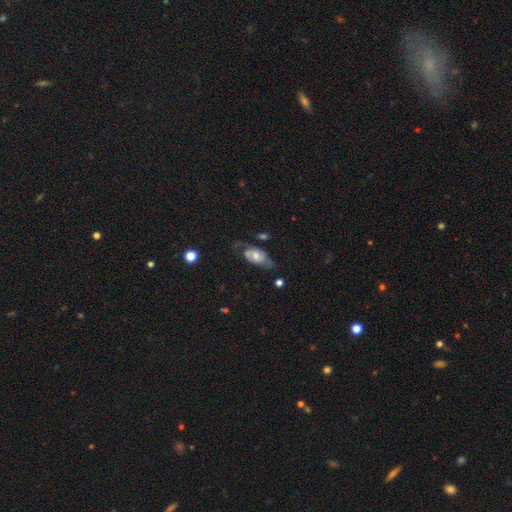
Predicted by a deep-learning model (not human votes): smooth_or_featured: featured or disk (p=0.57) [alt: smooth p=0.36]
disk_edge_on: no (p=0.90) [alt: yes p=0.10]
bar: no (p=0.65) [alt: weak p=0.28]
has_spiral_arms: yes (p=0.70) [alt: no p=0.30]
bulge_size: moderate (p=0.55) [alt: small p=0.26]
merging: none (p=0.45) [alt: minor disturbance p=0.28]